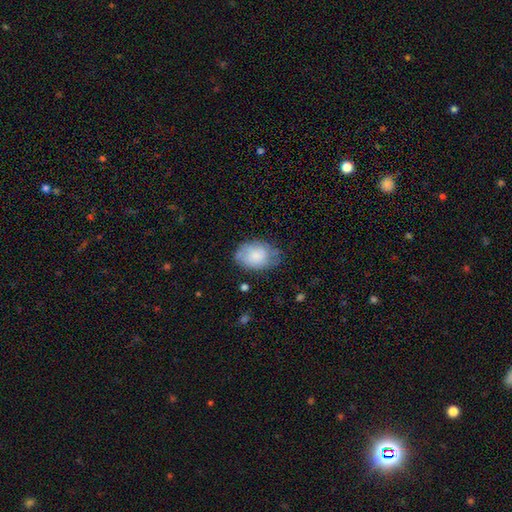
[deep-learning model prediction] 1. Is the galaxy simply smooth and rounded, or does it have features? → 72% smooth, 21% featured or disk, 7% star or artifact.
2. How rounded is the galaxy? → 81% in between, 18% round, 1% cigar-shaped.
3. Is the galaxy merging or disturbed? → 63% none, 27% minor disturbance, 8% major disturbance, 2% merger.